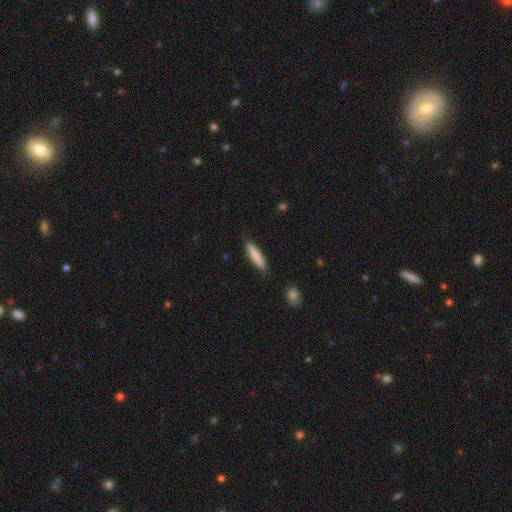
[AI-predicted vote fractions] A smooth galaxy with no disk features (84%) that is cigar-shaped (87%). Merging: none (88%).